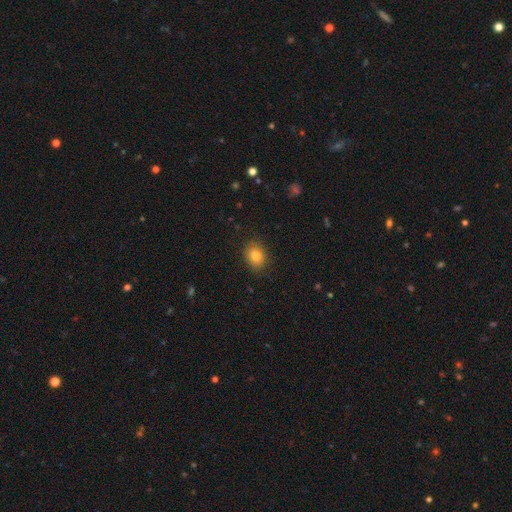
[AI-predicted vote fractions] Morphology: type=smooth (82%); roundness=in between (50%); merging=none (86%).